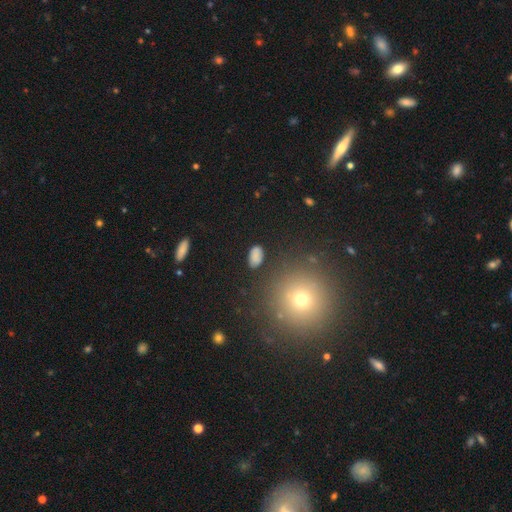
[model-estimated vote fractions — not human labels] This appears to be a smooth galaxy with no disk features (78%) that is in between round and cigar-shaped (90%). Merging: none (77%).